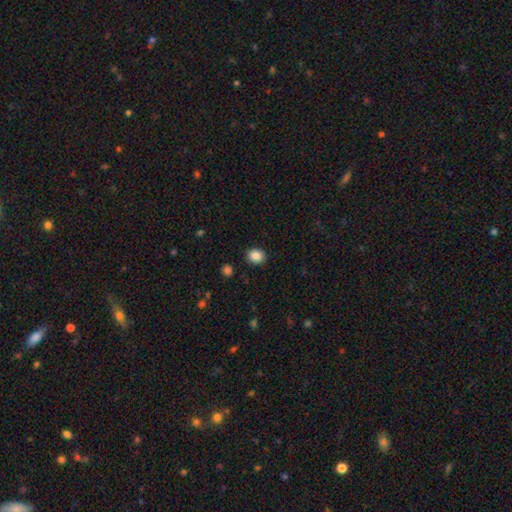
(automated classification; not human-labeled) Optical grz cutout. It shows a smooth galaxy with no disk features (87%) that is round (65%). Merging: none (90%).